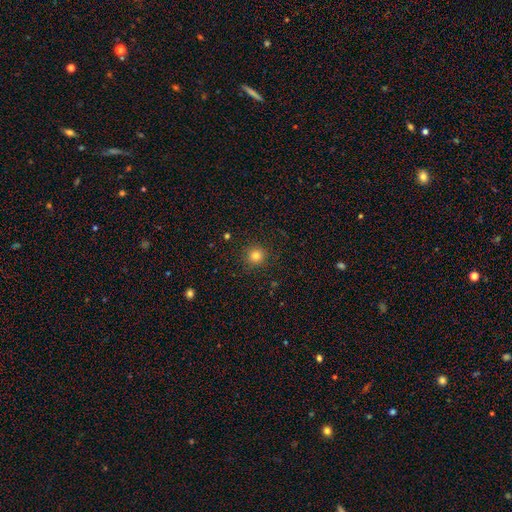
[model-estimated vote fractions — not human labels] A smooth galaxy with no disk features (82%) that is round (94%).

Vote fractions:
- Smooth or featured? smooth: 82% / star or artifact: 13% / featured or disk: 5%
- How rounded? round: 94% / in between: 5% / cigar-shaped: 1%
- Merging? none: 90% / minor disturbance: 6% / major disturbance: 2% / merger: 1%